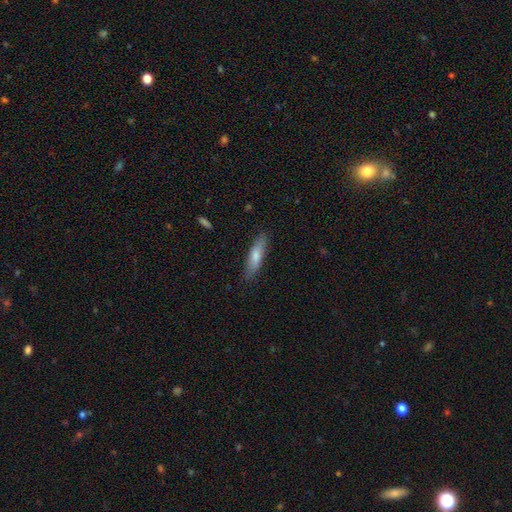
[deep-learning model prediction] A smooth galaxy with no disk features (73%) that is cigar-shaped (65%). Merging: none (84%).